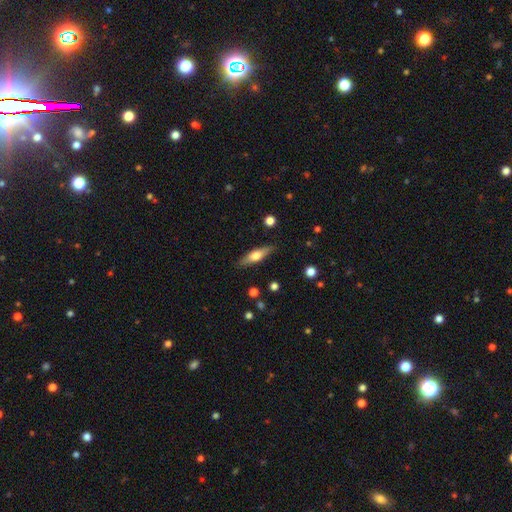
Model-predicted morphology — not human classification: Smooth or featured? Predicted: smooth (p=0.50). Merging? Predicted: none (p=0.86).